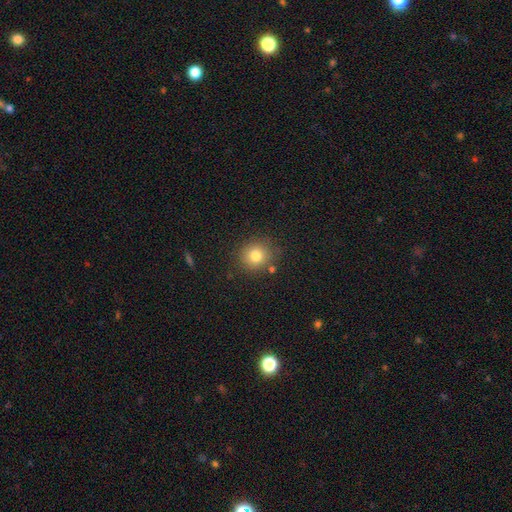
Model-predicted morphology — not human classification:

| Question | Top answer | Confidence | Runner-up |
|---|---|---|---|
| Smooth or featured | smooth | 80% | star or artifact (12%) |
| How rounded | round | 87% | in between (12%) |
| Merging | none | 84% | minor disturbance (10%) |